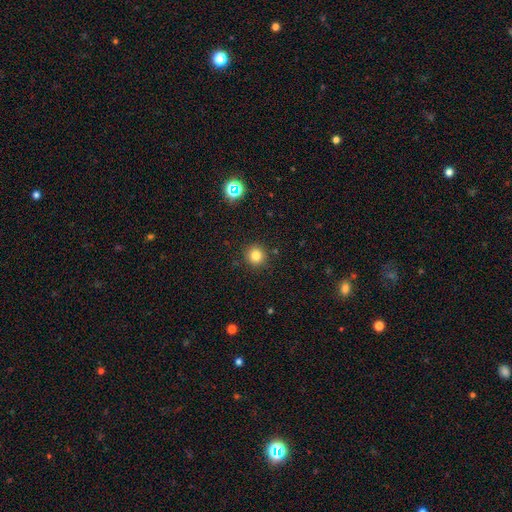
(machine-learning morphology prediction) This is clearly a smooth galaxy (81%). How rounded: clearly round (93%). Merging: clearly none (90%).